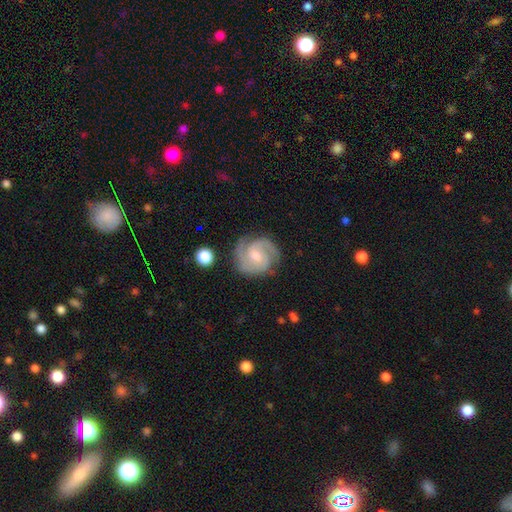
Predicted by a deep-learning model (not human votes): Q: Smooth or featured?
A: featured or disk (87%); runner-up: smooth (8%)
Q: Edge-on disk?
A: no (98%); runner-up: yes (2%)
Q: Bar?
A: no (51%); runner-up: weak (43%)
Q: Spiral arms?
A: yes (98%); runner-up: no (2%)
Q: Spiral winding?
A: tight (50%); runner-up: medium (43%)
Q: Spiral arm count?
A: 2 (45%); runner-up: 3 (37%)
Q: Bulge size?
A: moderate (48%); runner-up: small (47%)
Q: Merging?
A: none (78%); runner-up: minor disturbance (15%)